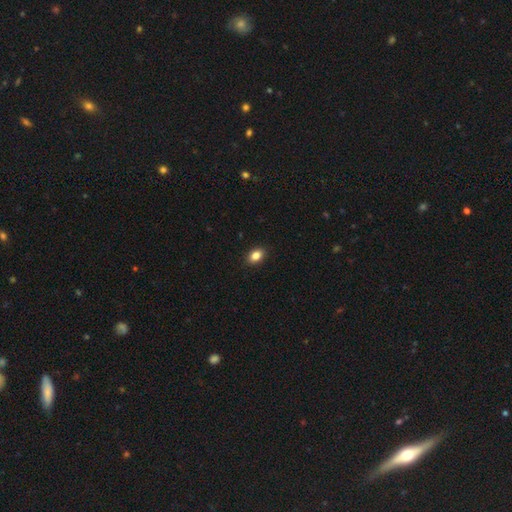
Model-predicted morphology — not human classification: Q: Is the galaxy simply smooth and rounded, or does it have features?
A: smooth — 85%.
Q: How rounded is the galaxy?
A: in between — 80%.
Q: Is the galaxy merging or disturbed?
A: none — 90%.